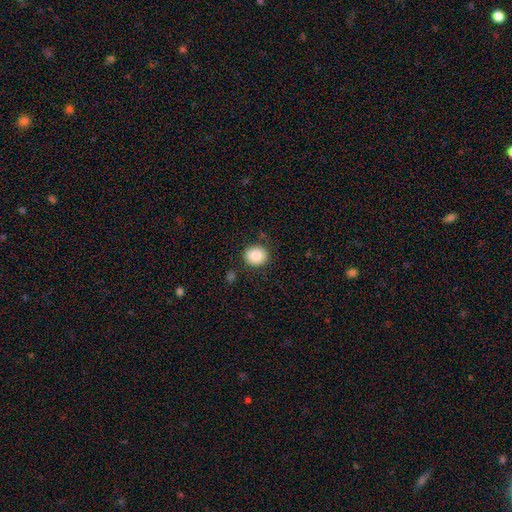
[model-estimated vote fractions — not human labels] smooth_or_featured: smooth (p=0.85) [alt: star or artifact p=0.08]
how_rounded: round (p=0.75) [alt: in between p=0.25]
merging: none (p=0.86) [alt: minor disturbance p=0.09]